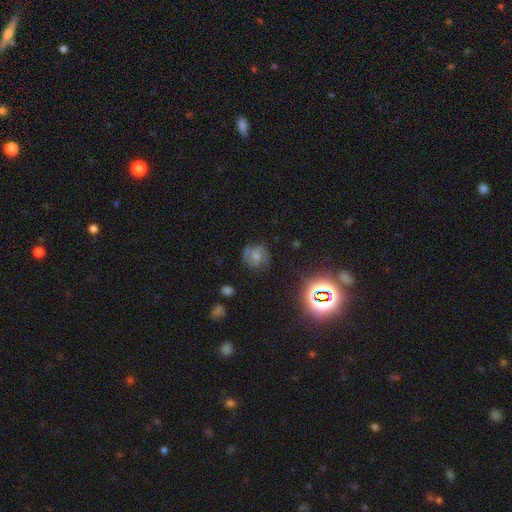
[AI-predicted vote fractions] This appears to be a featured or disk galaxy (55%) with no bar (54%), spiral arms (86%) and a moderate central bulge (45%). Merging: none (73%).